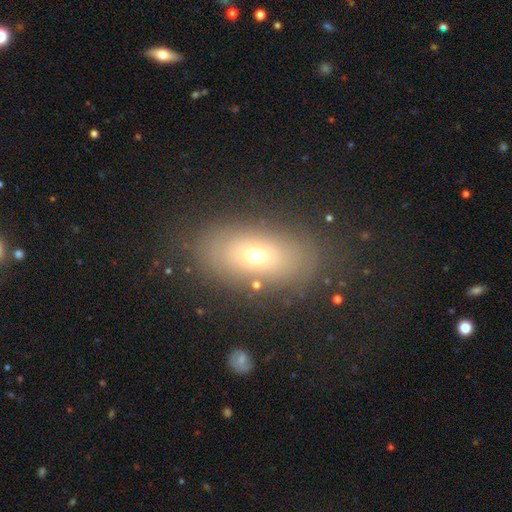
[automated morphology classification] This is likely a smooth galaxy (62%). How rounded: clearly in between (83%). Merging: likely none (80%).